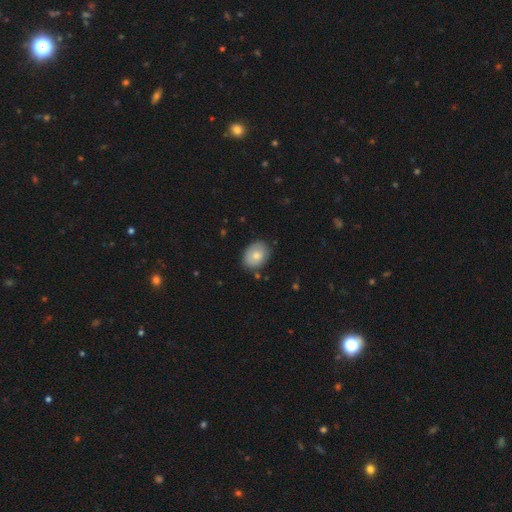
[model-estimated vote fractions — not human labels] Smooth or featured? Predicted: smooth (p=0.76). How rounded? Predicted: in between (p=0.65). Merging? Predicted: none (p=0.82).